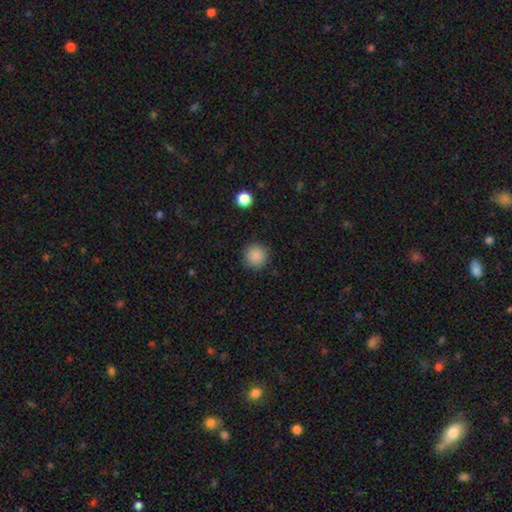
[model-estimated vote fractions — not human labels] Smooth or featured?
  - smooth: 87% *
  - star or artifact: 10%
  - featured or disk: 3%
How rounded?
  - round: 95% *
  - in between: 4%
  - cigar-shaped: 1%
Merging?
  - none: 91% *
  - minor disturbance: 6%
  - major disturbance: 2%
  - merger: 1%